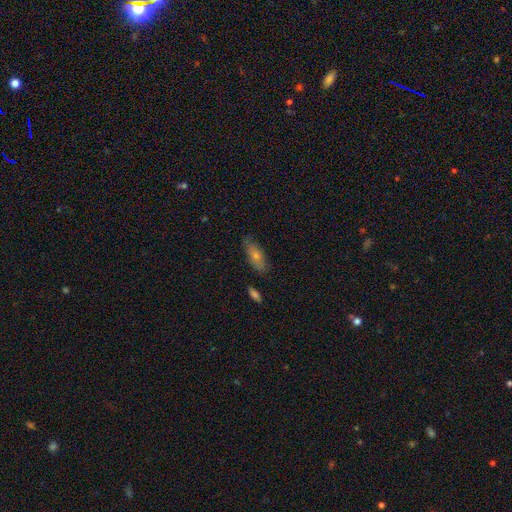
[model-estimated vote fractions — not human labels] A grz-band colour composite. It shows a smooth galaxy with no disk features (54%) that is in between round and cigar-shaped (68%). Merging: none (80%).